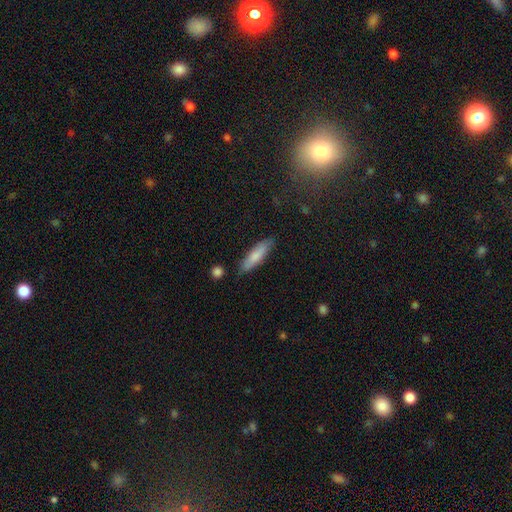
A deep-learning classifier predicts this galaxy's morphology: smooth-or-featured: smooth: 75% | featured or disk: 19% | star or artifact: 6%
  how-rounded: cigar-shaped: 69% | in between: 29% | round: 2%
  merging: none: 82% | minor disturbance: 13% | major disturbance: 2% | merger: 2%